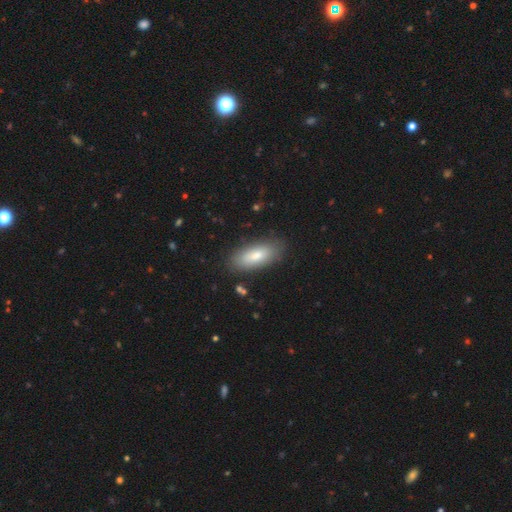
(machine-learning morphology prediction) Overall: smooth (78%). How rounded: in between (81%). Merging: none (83%).